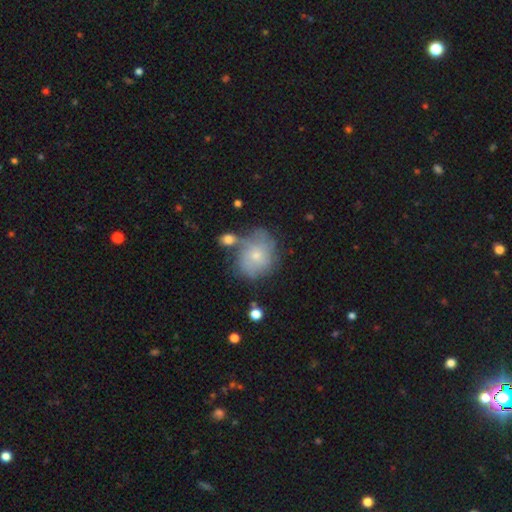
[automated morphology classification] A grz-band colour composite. It shows a smooth galaxy with no disk features (50%). Merging: none (46%).